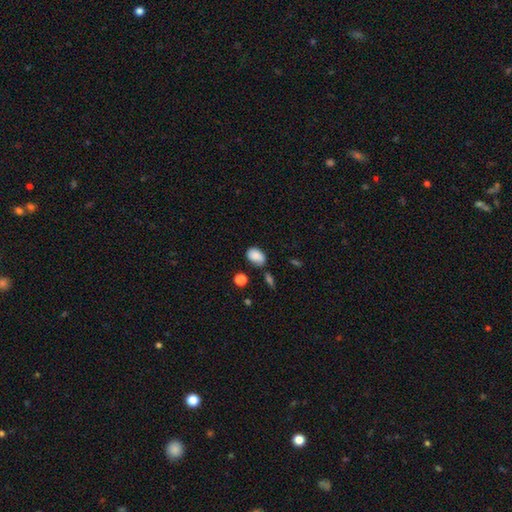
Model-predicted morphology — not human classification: A smooth galaxy with no disk features (83%) that is in between round and cigar-shaped (81%).

Vote fractions:
- Smooth or featured? smooth: 83% / star or artifact: 9% / featured or disk: 8%
- How rounded? in between: 81% / round: 18% / cigar-shaped: 1%
- Merging? none: 57% / minor disturbance: 28% / major disturbance: 7% / merger: 7%